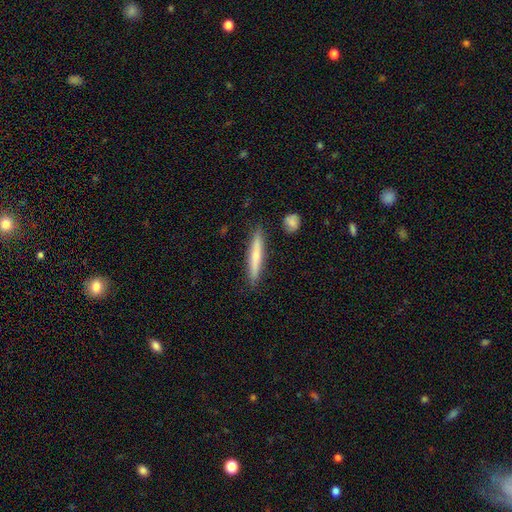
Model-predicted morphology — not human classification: Smooth or featured? smooth (61%)
How rounded? cigar-shaped (94%)
Merging? none (88%)